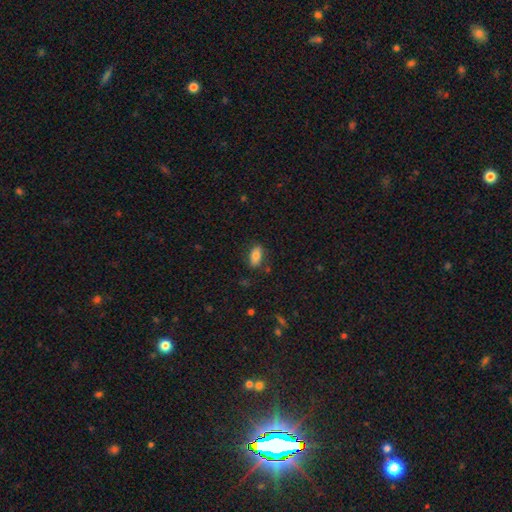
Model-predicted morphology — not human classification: type=smooth (80%); roundness=in between (89%); merging=none (80%).